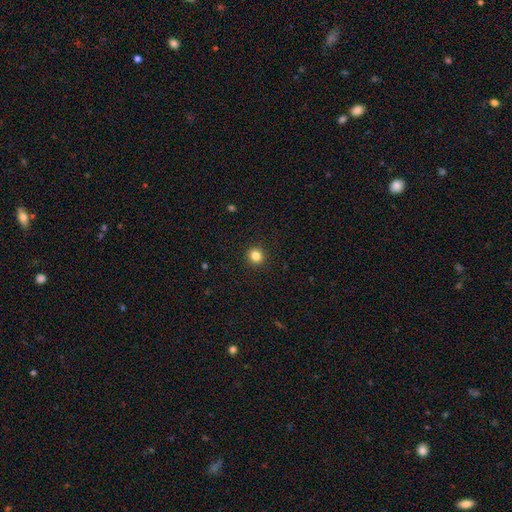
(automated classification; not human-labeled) smooth 84%, star or artifact 12%, featured or disk 4%. Down the decision tree: how rounded — round (91%); merging — none (93%).